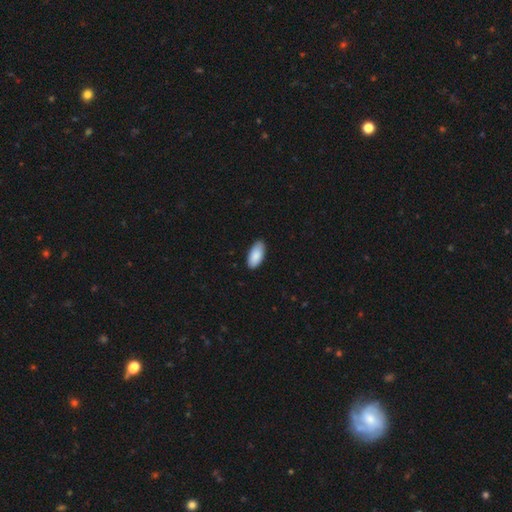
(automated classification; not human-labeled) A smooth galaxy with no disk features (89%) that is in between round and cigar-shaped (93%). Merging: none (85%).